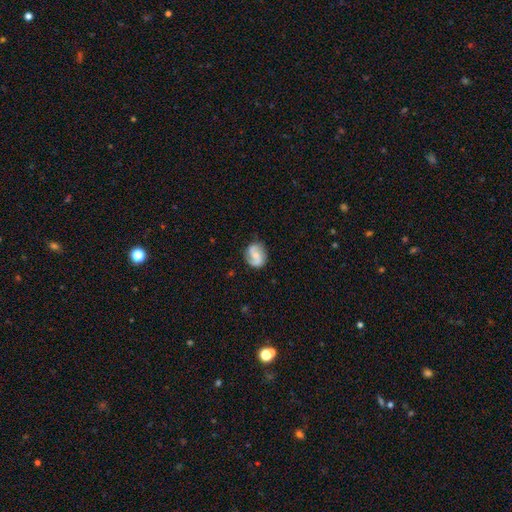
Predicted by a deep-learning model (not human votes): featured or disk 65%, smooth 29%, star or artifact 7%. Down the decision tree: edge-on disk — no (98%); bar — weak (44%); spiral arms — yes (91%); spiral arm count — 2 (86%); spiral winding — medium (41%); bulge size — small (47%); merging — none (75%).